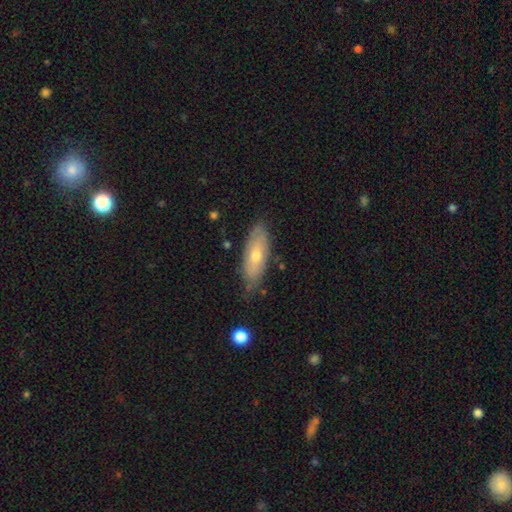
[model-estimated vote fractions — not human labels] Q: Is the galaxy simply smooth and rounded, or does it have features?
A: smooth — 56%.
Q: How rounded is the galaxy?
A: in between — 69%.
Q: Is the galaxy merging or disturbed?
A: none — 75%.